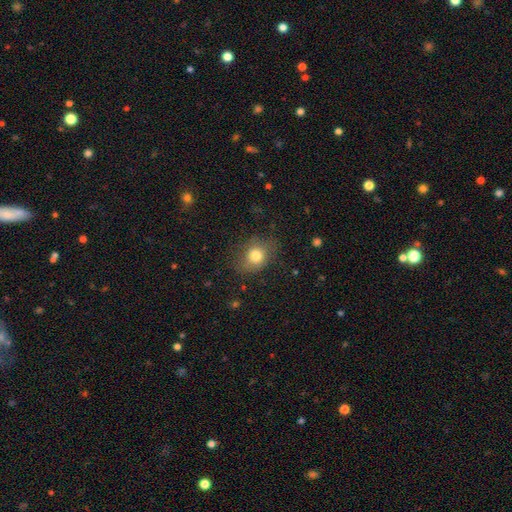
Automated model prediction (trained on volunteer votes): The model was most divided on "how rounded": round: 50%, in between: 48%, cigar-shaped: 1%. More confident: smooth or featured — smooth (78%); merging — none (71%).